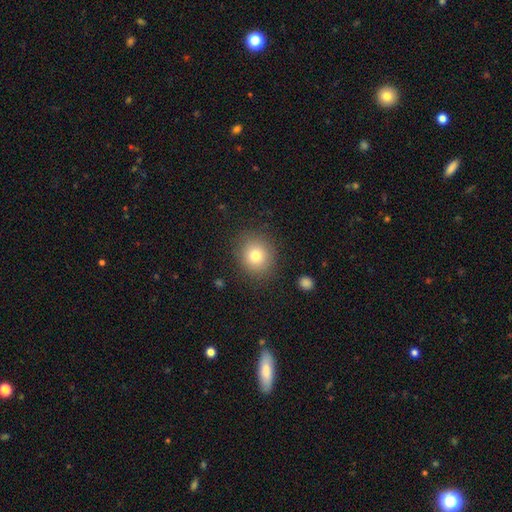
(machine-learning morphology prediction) smooth 78%, star or artifact 12%, featured or disk 10%. Down the decision tree: how rounded — round (82%); merging — none (86%).